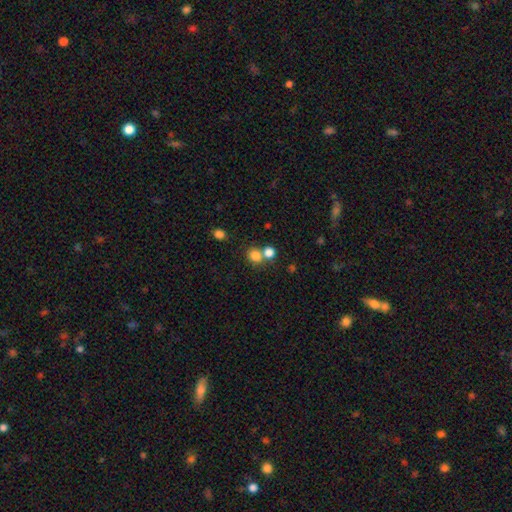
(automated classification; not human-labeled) smooth-or-featured: smooth: 80% | star or artifact: 13% | featured or disk: 7%
  how-rounded: round: 82% | in between: 17% | cigar-shaped: 1%
  merging: none: 54% | merger: 34% | minor disturbance: 7% | major disturbance: 4%